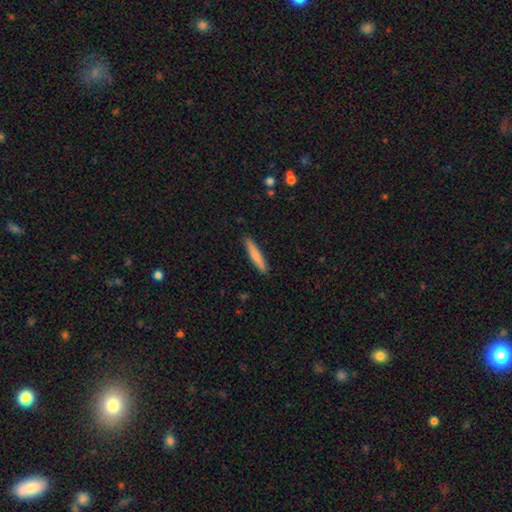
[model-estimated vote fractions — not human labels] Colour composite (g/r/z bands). It shows a smooth galaxy with no disk features (72%) that is cigar-shaped (92%). Merging: none (90%).